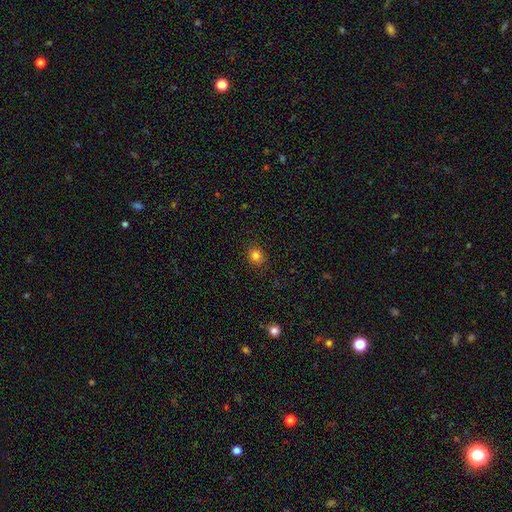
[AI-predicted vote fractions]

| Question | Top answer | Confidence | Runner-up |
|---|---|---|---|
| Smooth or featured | smooth | 83% | star or artifact (12%) |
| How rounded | round | 69% | in between (30%) |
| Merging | none | 89% | minor disturbance (8%) |